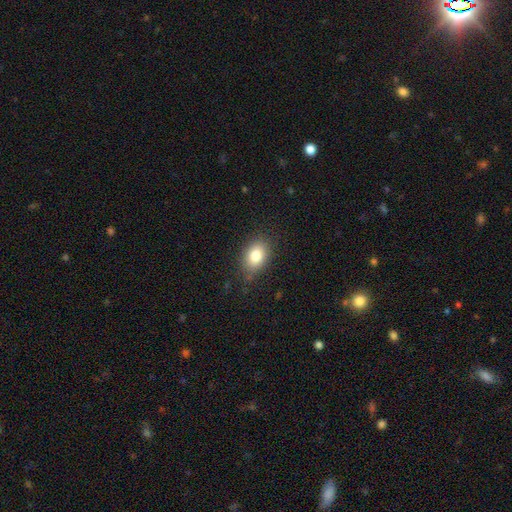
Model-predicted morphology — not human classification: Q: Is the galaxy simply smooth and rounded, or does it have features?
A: smooth — 82%.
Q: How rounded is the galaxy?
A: in between — 79%.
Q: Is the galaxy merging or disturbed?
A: none — 80%.